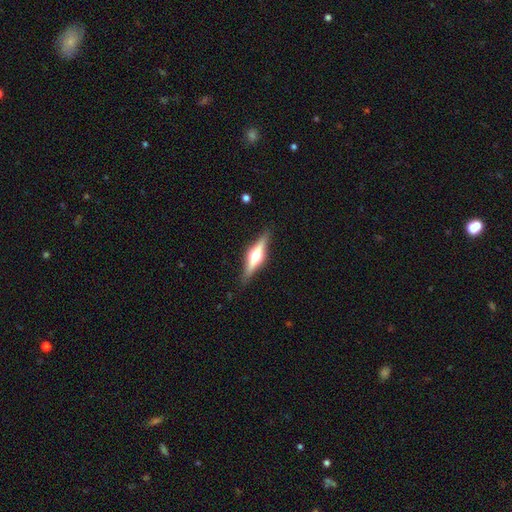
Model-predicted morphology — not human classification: Smooth or featured?
  - featured or disk: 73% *
  - smooth: 22%
  - star or artifact: 6%
Edge-on disk?
  - yes: 97% *
  - no: 3%
Edge-on bulge?
  - rounded: 95% *
  - boxy: 4%
  - none: 1%
Merging?
  - none: 89% *
  - minor disturbance: 8%
  - major disturbance: 2%
  - merger: 1%